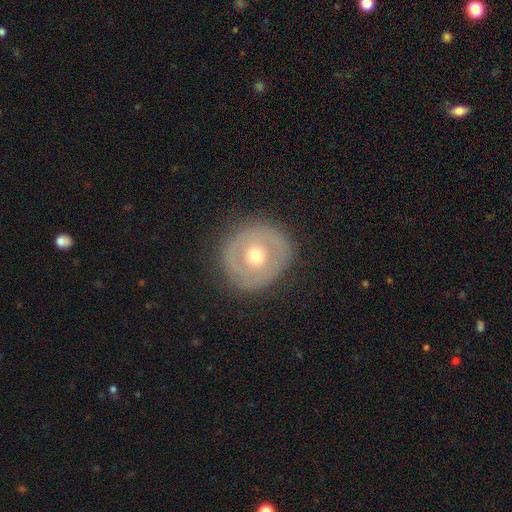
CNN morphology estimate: smooth-or-featured: featured or disk: 54% | smooth: 40% | star or artifact: 7%
  disk-edge-on: no: 95% | yes: 5%
    bar: no: 83% | weak: 13% | strong: 5%
    has-spiral-arms: no: 79% | yes: 21%
    bulge-size: moderate: 65% | small: 30% | large: 4% | dominant: 1% | none: 1%
  merging: none: 82% | minor disturbance: 11% | major disturbance: 5% | merger: 1%